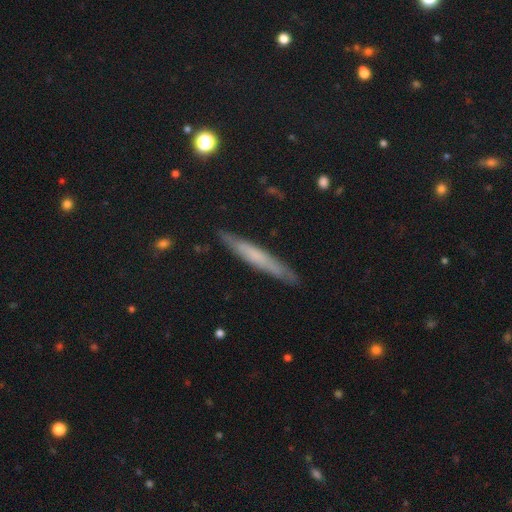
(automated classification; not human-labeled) smooth 49%, featured or disk 44%, star or artifact 7%. Down the decision tree: merging — none (85%).